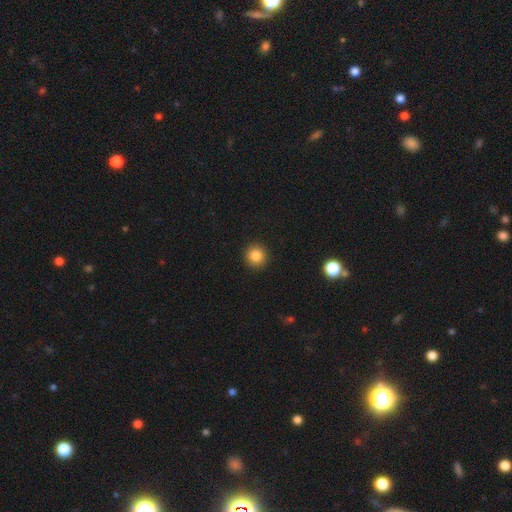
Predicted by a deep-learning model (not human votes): smooth_or_featured: smooth (p=0.85) [alt: star or artifact p=0.10]
how_rounded: round (p=0.94) [alt: in between p=0.05]
merging: none (p=0.92) [alt: minor disturbance p=0.05]